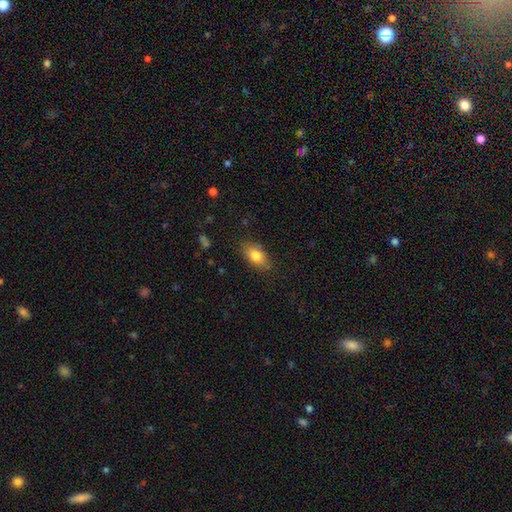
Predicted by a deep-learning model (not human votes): Smooth or featured? smooth (80%)
How rounded? in between (88%)
Merging? none (82%)